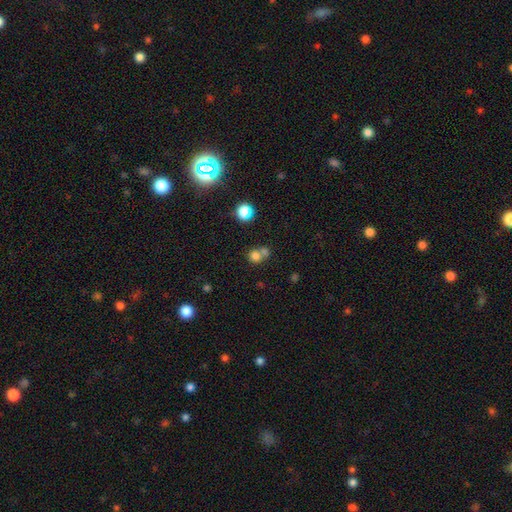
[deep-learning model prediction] Morphology: type=smooth (76%); roundness=round (80%); merging=merger (45%).